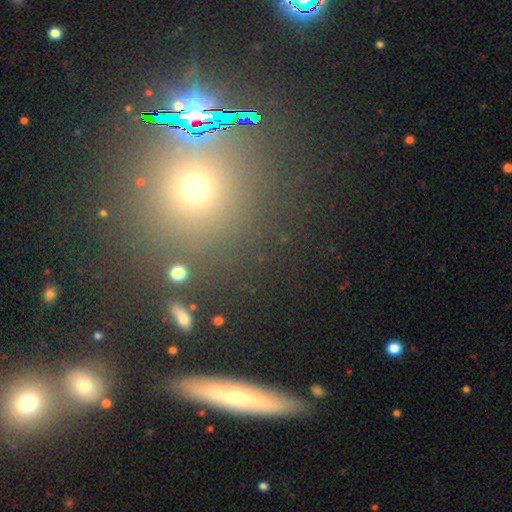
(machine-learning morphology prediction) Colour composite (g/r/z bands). It shows a star or artifact, not a galaxy (45%).